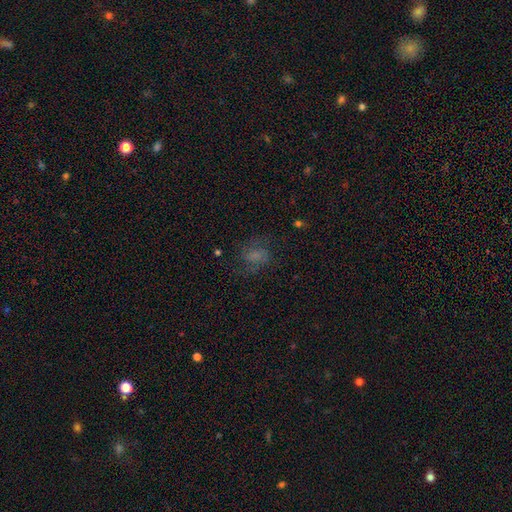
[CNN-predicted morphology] A smooth galaxy with no disk features (42%).

Vote fractions:
- Smooth or featured? smooth: 42% / featured or disk: 40% / star or artifact: 18%
- Merging? none: 64% / minor disturbance: 18% / major disturbance: 17% / merger: 2%